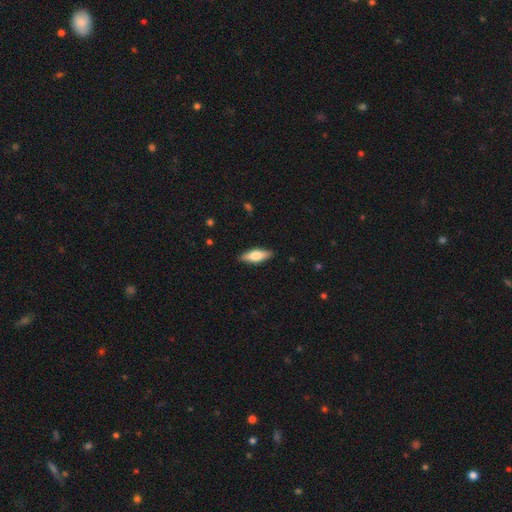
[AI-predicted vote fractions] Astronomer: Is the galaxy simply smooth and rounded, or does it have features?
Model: smooth — 59% (runner-up: featured or disk, 35%).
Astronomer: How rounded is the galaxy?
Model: in between — 61% (runner-up: cigar-shaped, 37%).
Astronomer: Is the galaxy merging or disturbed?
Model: none — 88%.